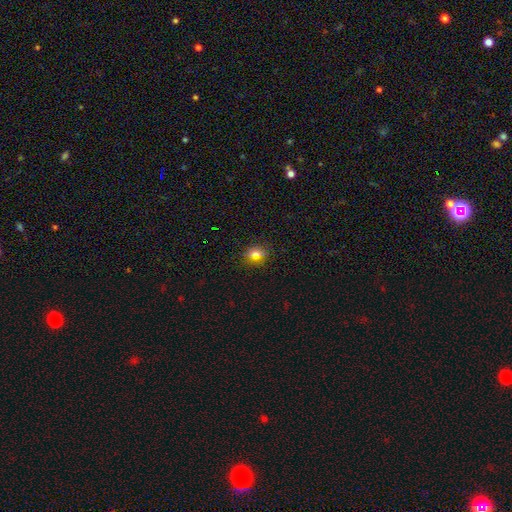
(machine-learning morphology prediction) Smooth or featured?
  - smooth: 69% *
  - star or artifact: 20%
  - featured or disk: 11%
How rounded?
  - round: 51% *
  - in between: 45%
  - cigar-shaped: 4%
Merging?
  - none: 87% *
  - minor disturbance: 9%
  - major disturbance: 2%
  - merger: 1%